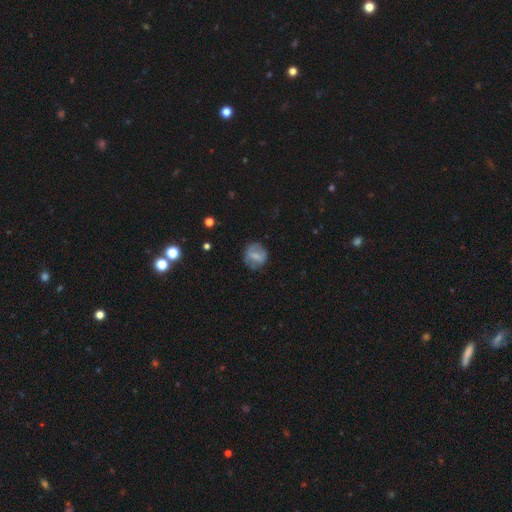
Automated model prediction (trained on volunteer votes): Smooth or featured? smooth (54%)
How rounded? round (75%)
Merging? none (66%)